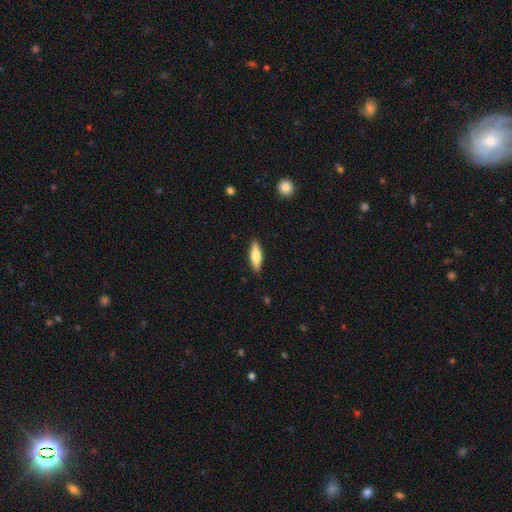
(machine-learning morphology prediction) type=smooth (65%); roundness=cigar-shaped (61%); merging=none (88%).